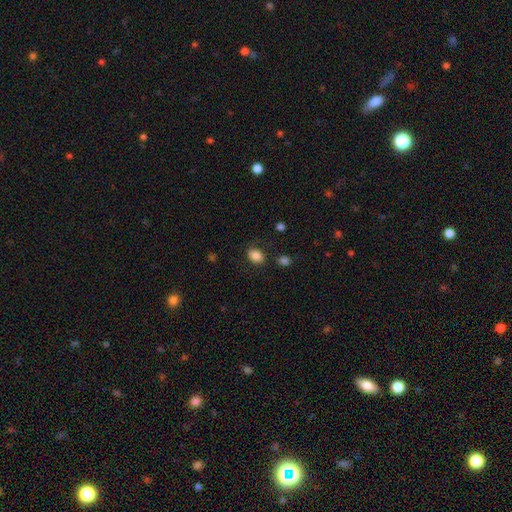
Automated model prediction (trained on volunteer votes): This is clearly a smooth galaxy (84%). How rounded: likely in between (70%). Merging: likely none (79%).